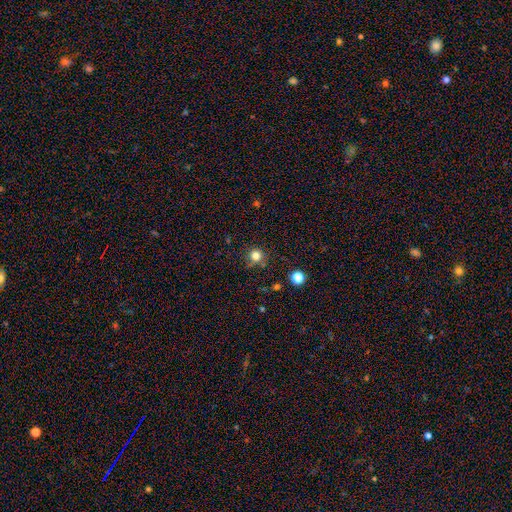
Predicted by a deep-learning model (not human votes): smooth 79%, star or artifact 15%, featured or disk 6%. Down the decision tree: how rounded — round (92%); merging — none (78%).